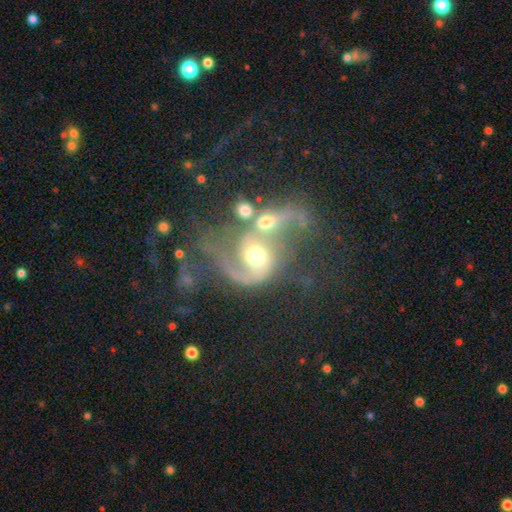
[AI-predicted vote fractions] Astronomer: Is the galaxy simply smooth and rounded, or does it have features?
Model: featured or disk — 69%.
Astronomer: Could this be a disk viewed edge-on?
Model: no — 97%.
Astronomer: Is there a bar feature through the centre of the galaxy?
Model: no — 69%.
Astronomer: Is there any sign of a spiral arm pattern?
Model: yes — 81%.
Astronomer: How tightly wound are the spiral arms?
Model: loose — 55% (runner-up: medium, 32%).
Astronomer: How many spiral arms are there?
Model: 2 — 47% (runner-up: 1, 39%).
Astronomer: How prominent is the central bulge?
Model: moderate — 65%.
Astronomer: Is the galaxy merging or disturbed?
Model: merger — 68%.